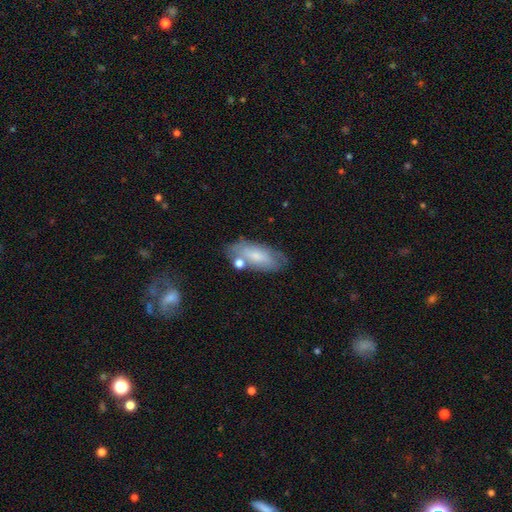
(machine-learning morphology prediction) The model was most divided on "smooth or featured": smooth: 64%, featured or disk: 29%, star or artifact: 7%. More confident: how rounded — in between (83%); merging — none (60%).